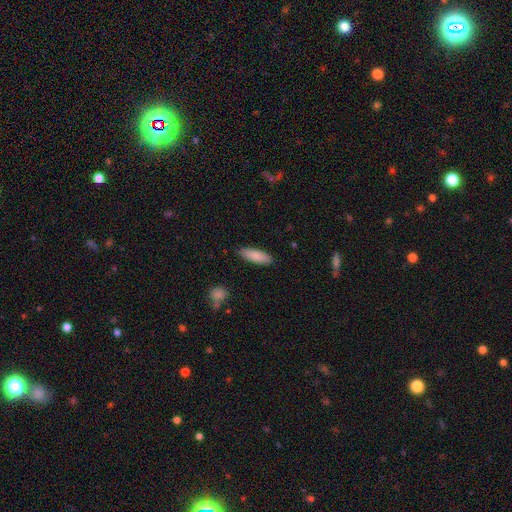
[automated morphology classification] type=smooth (85%); roundness=in between (53%); merging=none (88%).